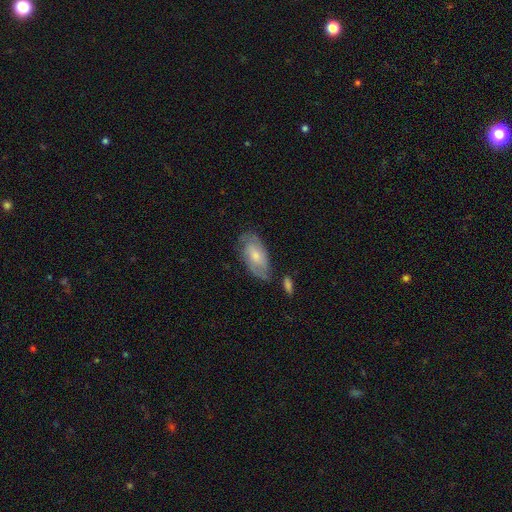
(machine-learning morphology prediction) Q: Smooth or featured?
A: featured or disk (57%); runner-up: smooth (37%)
Q: Edge-on disk?
A: no (93%); runner-up: yes (7%)
Q: Bar?
A: no (51%); runner-up: weak (40%)
Q: Spiral arms?
A: yes (85%); runner-up: no (15%)
Q: Bulge size?
A: moderate (45%); tied with: small (45%)
Q: Merging?
A: none (65%); runner-up: minor disturbance (21%)